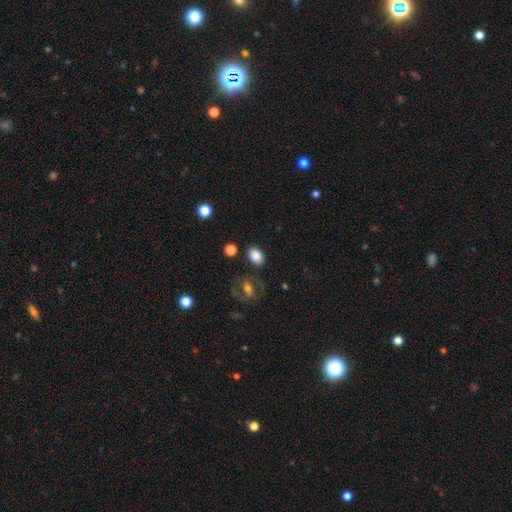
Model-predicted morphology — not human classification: Smooth or featured?
  - smooth: 85% *
  - star or artifact: 9%
  - featured or disk: 6%
How rounded?
  - in between: 70% *
  - round: 29%
  - cigar-shaped: 1%
Merging?
  - none: 81% *
  - minor disturbance: 11%
  - merger: 4%
  - major disturbance: 4%